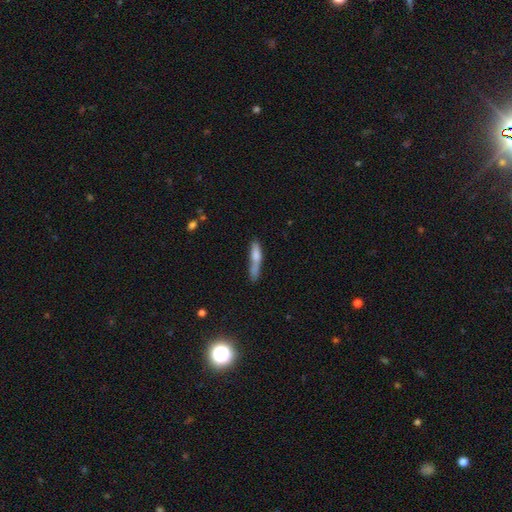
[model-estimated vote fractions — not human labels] smooth_or_featured: smooth (p=0.52) [alt: featured or disk p=0.32]
how_rounded: cigar-shaped (p=0.79) [alt: in between p=0.16]
merging: none (p=0.52) [alt: minor disturbance p=0.24]